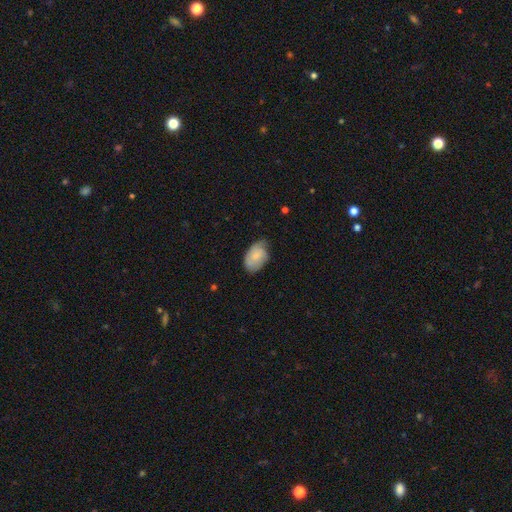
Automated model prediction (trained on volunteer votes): Morphology: type=smooth (66%); roundness=in between (88%); merging=none (53%).